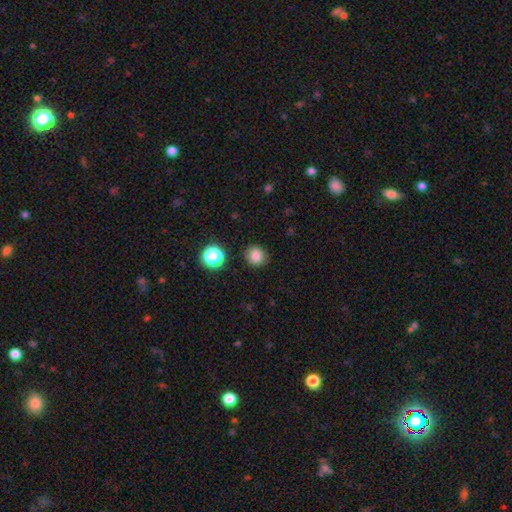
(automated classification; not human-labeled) Smooth or featured?
  - smooth: 82% *
  - star or artifact: 13%
  - featured or disk: 5%
How rounded?
  - round: 85% *
  - in between: 14%
  - cigar-shaped: 1%
Merging?
  - none: 87% *
  - minor disturbance: 9%
  - major disturbance: 3%
  - merger: 2%